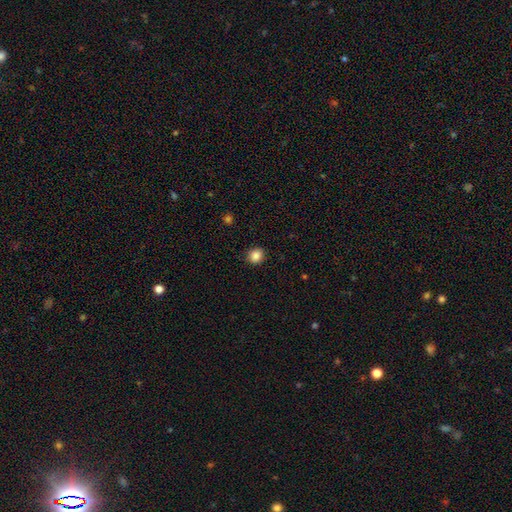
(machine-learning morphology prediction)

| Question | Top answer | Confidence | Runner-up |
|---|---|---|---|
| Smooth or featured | smooth | 86% | star or artifact (10%) |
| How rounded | round | 85% | in between (14%) |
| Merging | none | 89% | minor disturbance (8%) |